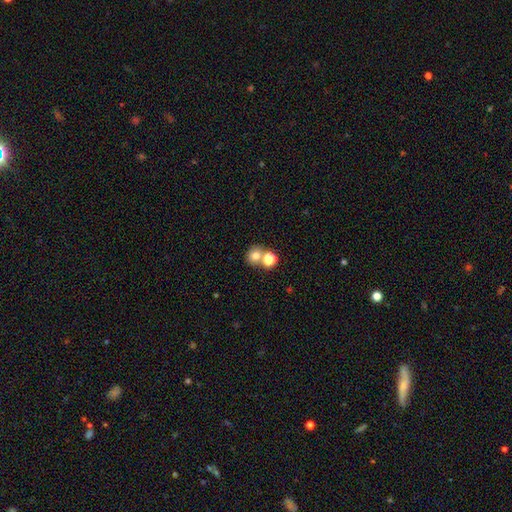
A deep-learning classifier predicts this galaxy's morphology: A smooth galaxy with no disk features (76%) that is round (82%).

Vote fractions:
- Smooth or featured? smooth: 76% / star or artifact: 14% / featured or disk: 10%
- How rounded? round: 82% / in between: 17% / cigar-shaped: 1%
- Merging? none: 51% / merger: 39% / minor disturbance: 7% / major disturbance: 3%